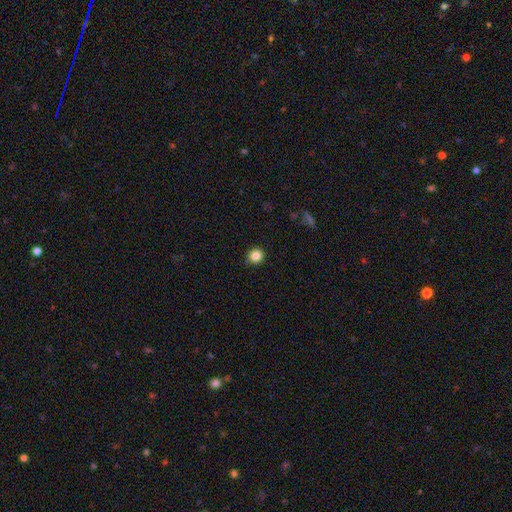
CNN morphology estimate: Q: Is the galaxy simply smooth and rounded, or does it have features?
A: smooth — 84%.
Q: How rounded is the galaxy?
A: round — 93%.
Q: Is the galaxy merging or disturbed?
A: none — 89%.